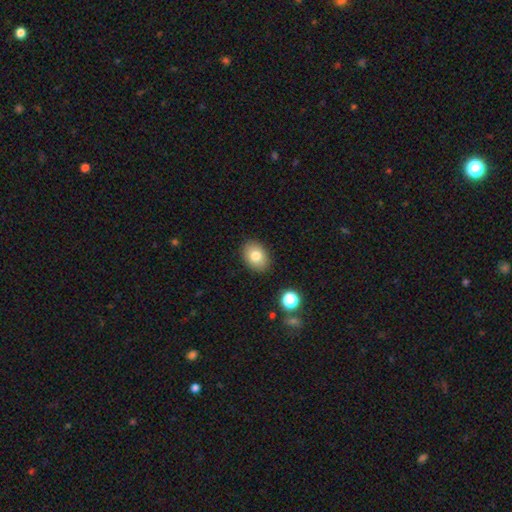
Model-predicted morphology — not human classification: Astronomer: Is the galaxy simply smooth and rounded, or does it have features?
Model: smooth — 80%.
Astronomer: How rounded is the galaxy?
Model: in between — 74%.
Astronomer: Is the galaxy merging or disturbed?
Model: none — 88%.